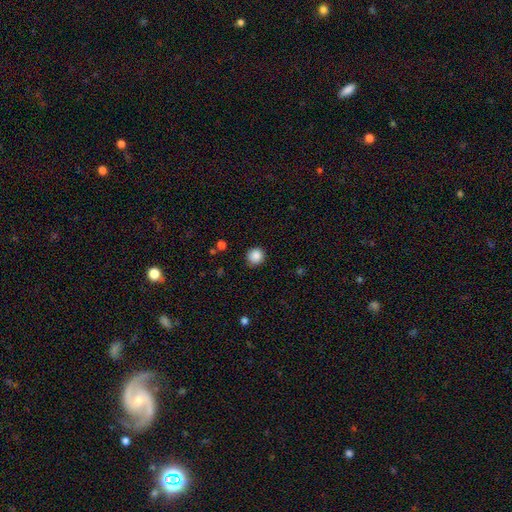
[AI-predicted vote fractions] Smooth or featured: smooth — 87% (star or artifact — 10%)
How rounded: round — 91% (in between — 8%)
Merging: none — 86% (minor disturbance — 10%)